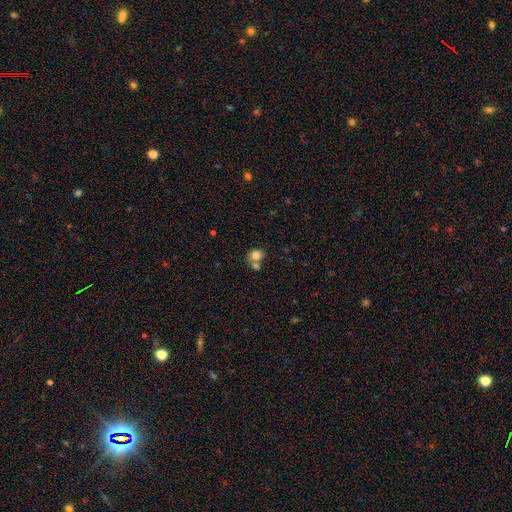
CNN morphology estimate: This is clearly a smooth galaxy (80%). How rounded: likely round (68%). Merging: marginally merger (44%).